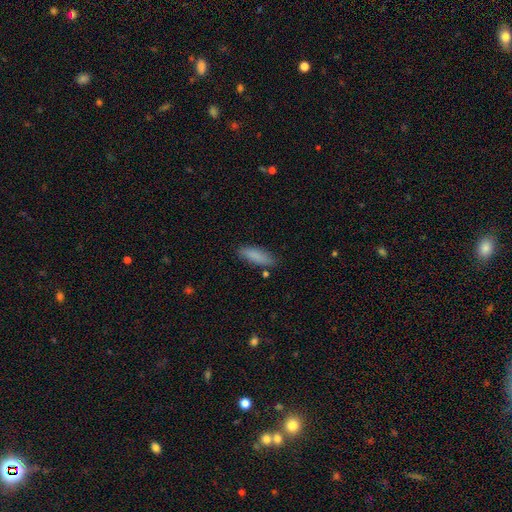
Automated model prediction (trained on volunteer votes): Smooth or featured: smooth — 85% (featured or disk — 8%)
How rounded: cigar-shaped — 50% (in between — 48%)
Merging: none — 81% (minor disturbance — 14%)